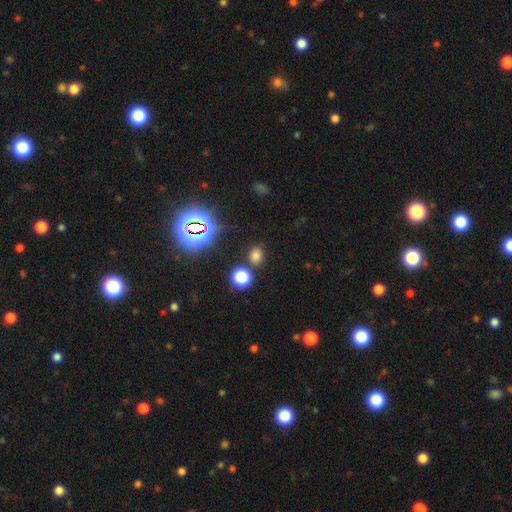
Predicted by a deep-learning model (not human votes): Morphology: type=smooth (68%); roundness=round (50%); merging=none (79%).